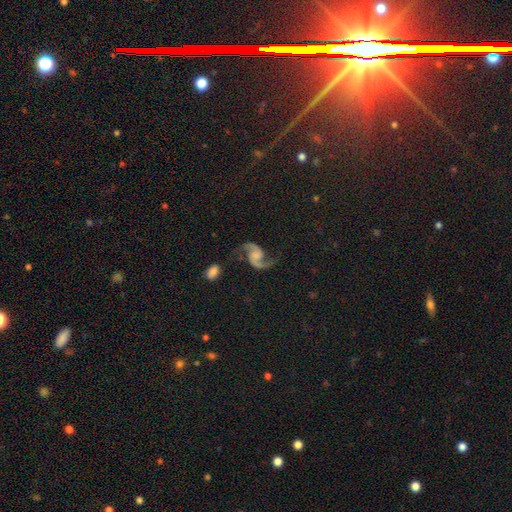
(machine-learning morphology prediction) Overall: featured or disk (91%). Edge-on disk: no (98%). Bar: no (60%; weak 31%). Spiral arms: yes (98%). Spiral arm count: 2 (94%). Spiral winding: loose (67%; medium 29%). Bulge size: none (55%; small 17%). Merging: none (73%).